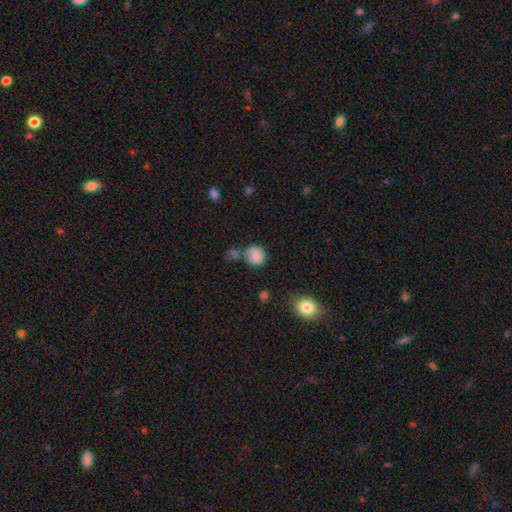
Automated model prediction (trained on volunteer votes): This is clearly a smooth galaxy (82%). How rounded: likely round (79%). Merging: likely none (62%).